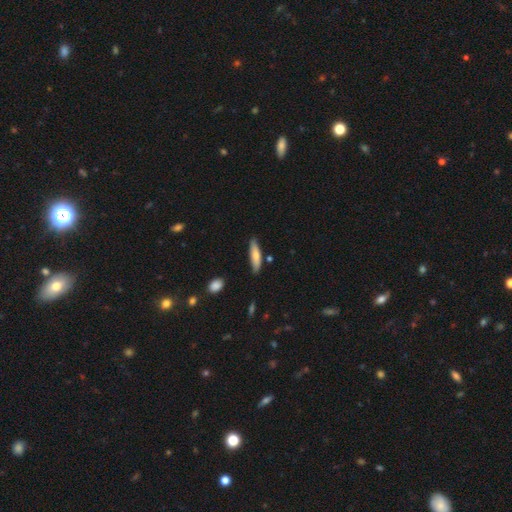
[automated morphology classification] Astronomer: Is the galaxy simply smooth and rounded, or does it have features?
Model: smooth — 71%.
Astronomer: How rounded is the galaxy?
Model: cigar-shaped — 73%.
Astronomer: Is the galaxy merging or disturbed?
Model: none — 82%.